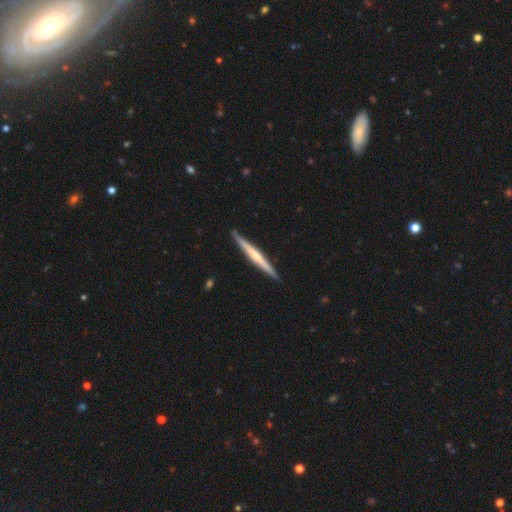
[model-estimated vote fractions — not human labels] smooth_or_featured: featured or disk (p=0.65) [alt: smooth p=0.30]
disk_edge_on: yes (p=0.98) [alt: no p=0.02]
edge_on_bulge: rounded (p=0.56) [alt: none p=0.35]
merging: none (p=0.91) [alt: minor disturbance p=0.07]